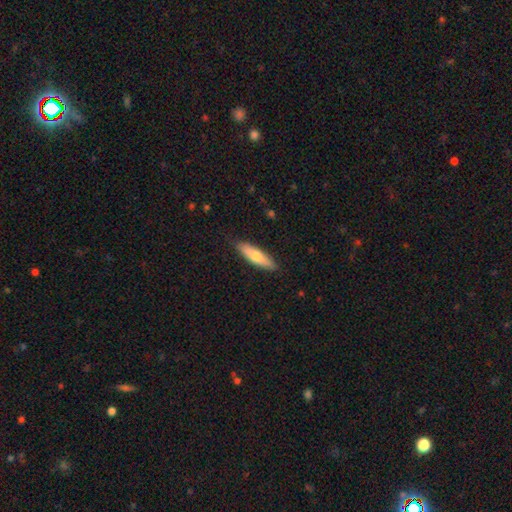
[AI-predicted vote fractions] Q: Smooth or featured?
A: smooth (67%); runner-up: featured or disk (28%)
Q: How rounded?
A: cigar-shaped (70%); runner-up: in between (29%)
Q: Merging?
A: none (87%); runner-up: minor disturbance (10%)